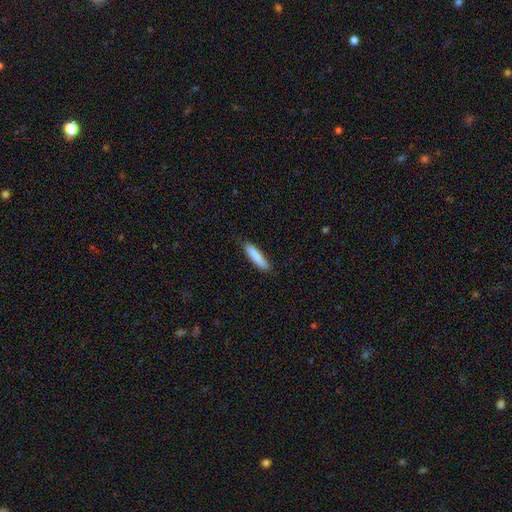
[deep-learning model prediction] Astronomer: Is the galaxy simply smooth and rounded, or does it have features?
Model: smooth — 86%.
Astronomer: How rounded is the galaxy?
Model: cigar-shaped — 82%.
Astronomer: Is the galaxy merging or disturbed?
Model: none — 82%.